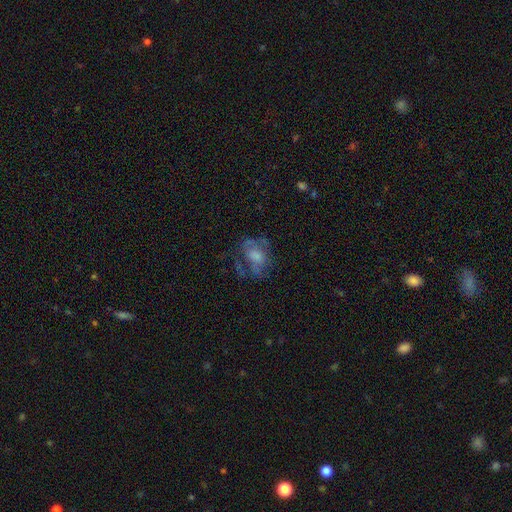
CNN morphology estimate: type=featured or disk (48%); merging=none (43%).